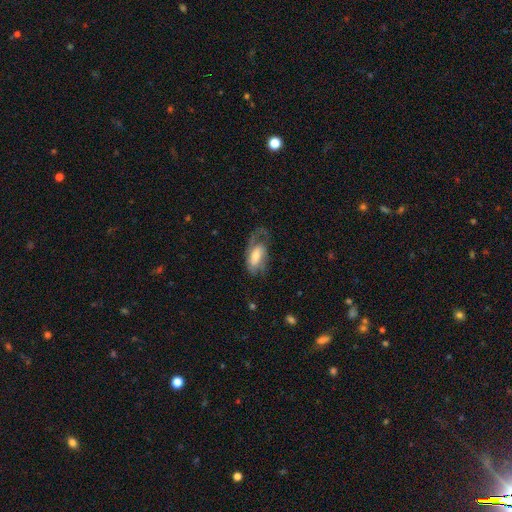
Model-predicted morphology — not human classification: A featured or disk galaxy (55%) with no bar (43%), spiral arms (79%) and a moderate central bulge (52%).

Vote fractions:
- Smooth or featured? featured or disk: 55% / smooth: 39% / star or artifact: 6%
- Edge-on disk? no: 92% / yes: 8%
- Bar? no: 43% / weak: 39% / strong: 18%
- Spiral arms? yes: 79% / no: 21%
- Bulge size? moderate: 52% / small: 23% / large: 19% / none: 4% / dominant: 2%
- Merging? none: 41% / major disturbance: 34% / minor disturbance: 24% / merger: 2%